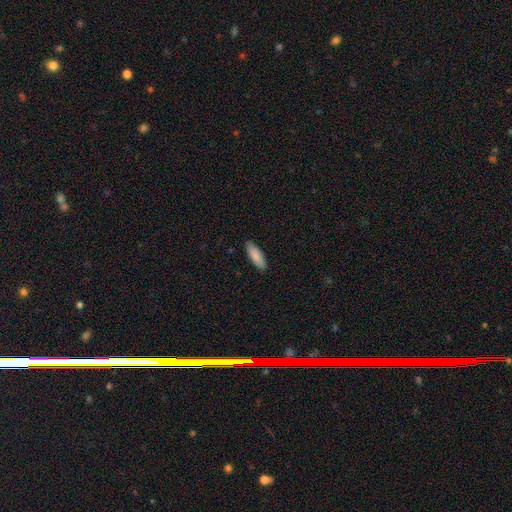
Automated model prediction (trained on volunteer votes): Q: Smooth or featured?
A: smooth (88%); runner-up: featured or disk (7%)
Q: How rounded?
A: in between (56%); runner-up: cigar-shaped (42%)
Q: Merging?
A: none (88%); runner-up: minor disturbance (9%)